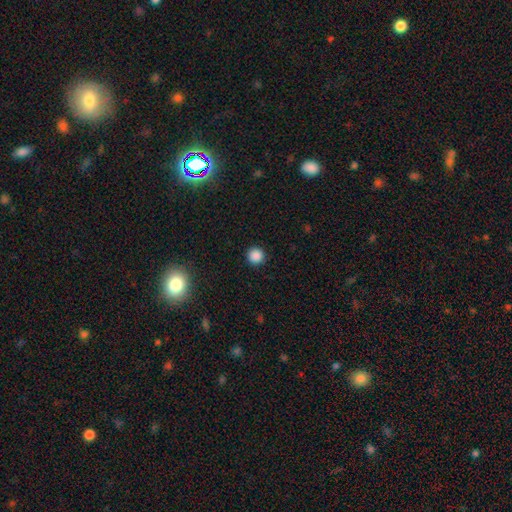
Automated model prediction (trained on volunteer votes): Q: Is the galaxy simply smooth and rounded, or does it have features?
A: smooth — 87%.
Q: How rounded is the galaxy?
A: round — 95%.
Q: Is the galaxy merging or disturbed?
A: none — 92%.